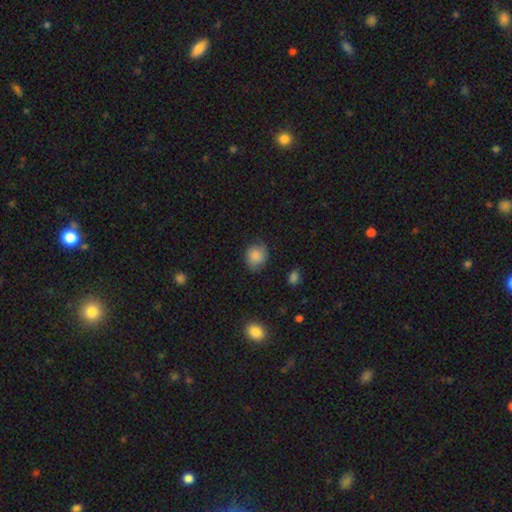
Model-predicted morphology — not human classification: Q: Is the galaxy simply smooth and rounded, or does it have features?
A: smooth — 85%.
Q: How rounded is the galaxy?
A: round — 71%.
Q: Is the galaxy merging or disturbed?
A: none — 75%.